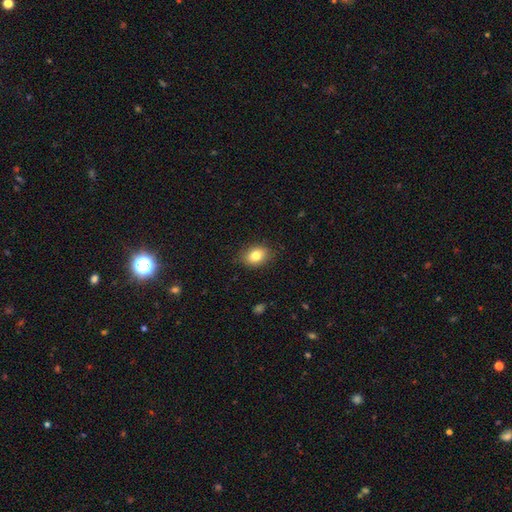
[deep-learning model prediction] Smooth or featured?
  - smooth: 81% *
  - featured or disk: 10%
  - star or artifact: 9%
How rounded?
  - in between: 71% *
  - round: 28%
  - cigar-shaped: 1%
Merging?
  - none: 84% *
  - minor disturbance: 12%
  - major disturbance: 3%
  - merger: 1%